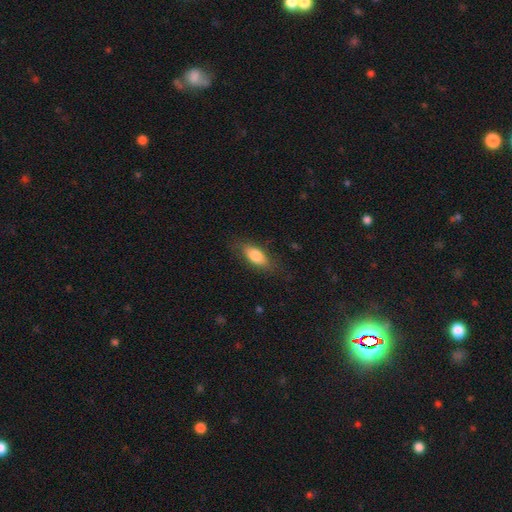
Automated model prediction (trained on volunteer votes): Overall: smooth (77%). How rounded: in between (79%). Merging: none (78%).